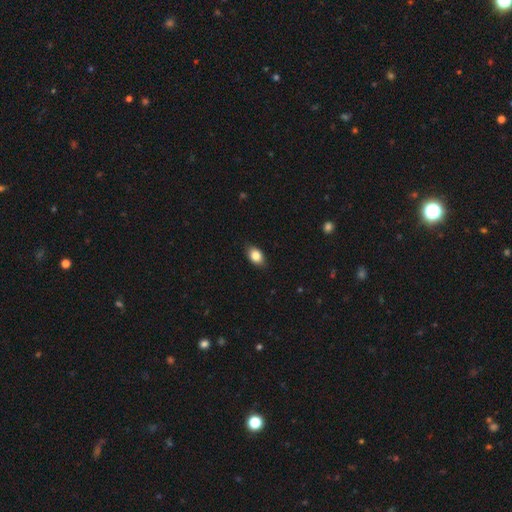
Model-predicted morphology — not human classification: smooth-or-featured: smooth: 84% | featured or disk: 8% | star or artifact: 8%
  how-rounded: in between: 84% | round: 14% | cigar-shaped: 2%
  merging: none: 85% | minor disturbance: 12% | major disturbance: 2% | merger: 1%